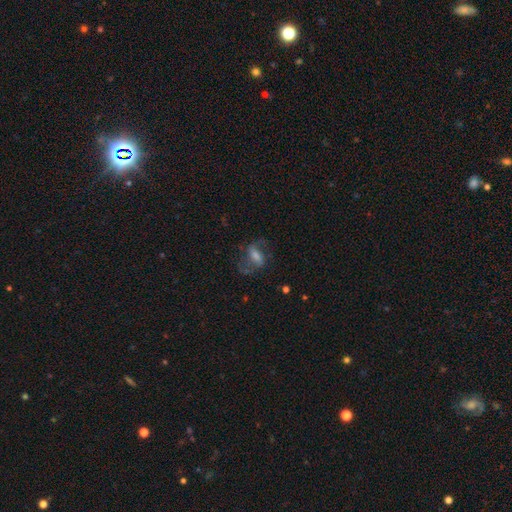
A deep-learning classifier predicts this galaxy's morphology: type=featured or disk (63%); edge-on=no (94%); bar=weak (43%); spiral arms=yes (85%); winding=medium (46%); arm count=2 (83%); bulge=moderate (35%); merging=none (64%).